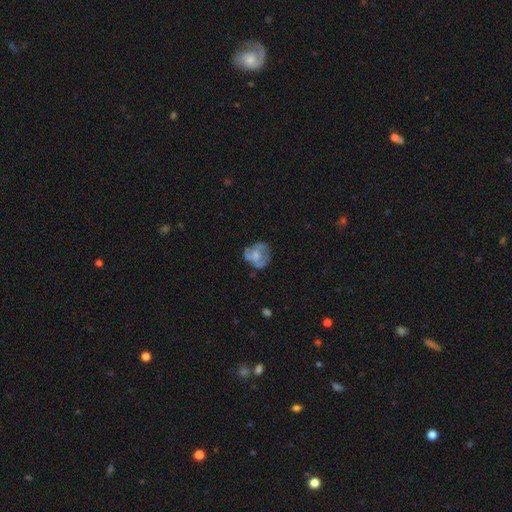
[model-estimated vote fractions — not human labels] featured or disk 45% (tied), smooth 45% (tied), star or artifact 9%. Down the decision tree: merging — none (50%).